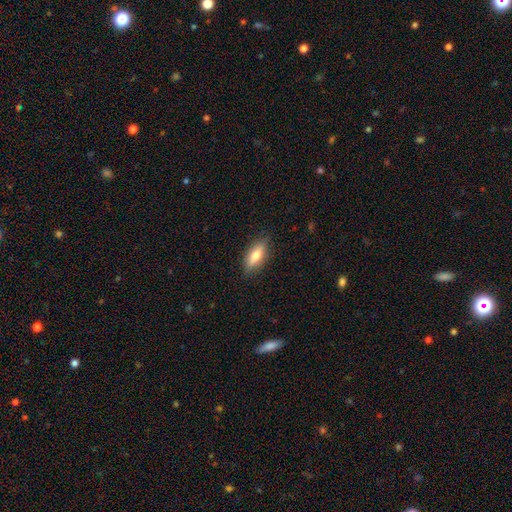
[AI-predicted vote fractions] Smooth or featured?
  - smooth: 68% *
  - featured or disk: 26%
  - star or artifact: 7%
How rounded?
  - in between: 70% *
  - cigar-shaped: 27%
  - round: 3%
Merging?
  - none: 85% *
  - minor disturbance: 11%
  - major disturbance: 3%
  - merger: 1%